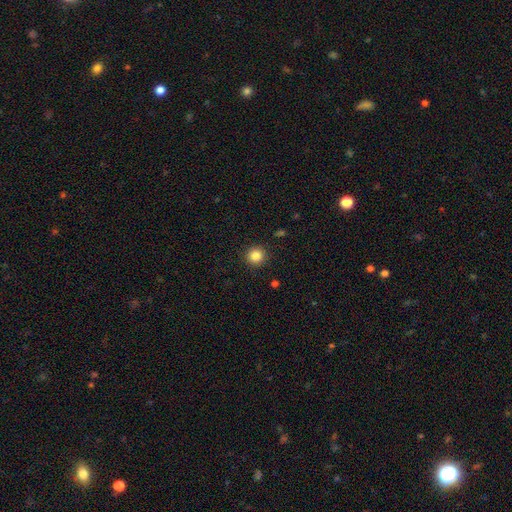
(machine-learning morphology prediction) smooth_or_featured: smooth (p=0.85) [alt: star or artifact p=0.10]
how_rounded: round (p=0.94) [alt: in between p=0.05]
merging: none (p=0.92) [alt: minor disturbance p=0.05]